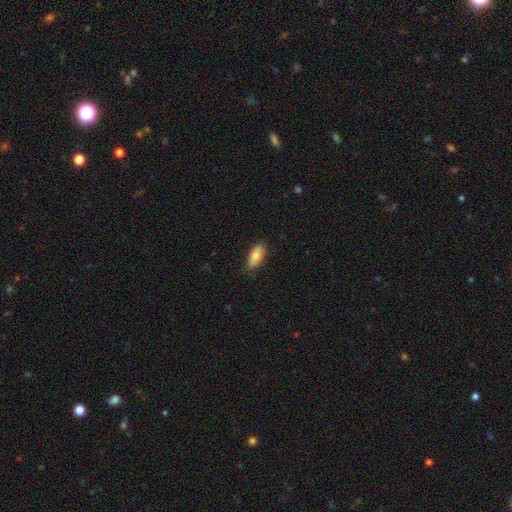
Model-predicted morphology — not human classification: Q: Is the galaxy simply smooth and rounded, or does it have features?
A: smooth — 79%.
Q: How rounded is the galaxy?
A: in between — 79%.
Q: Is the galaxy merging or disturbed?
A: none — 75%.